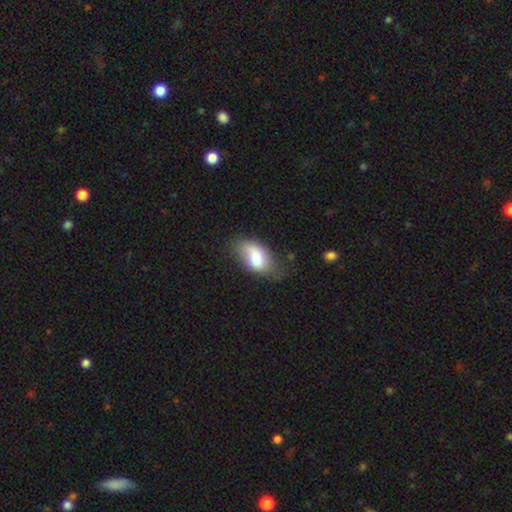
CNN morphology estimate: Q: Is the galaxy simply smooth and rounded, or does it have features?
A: smooth — 71%.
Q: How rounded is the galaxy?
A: in between — 92%.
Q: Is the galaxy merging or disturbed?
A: none — 54%.